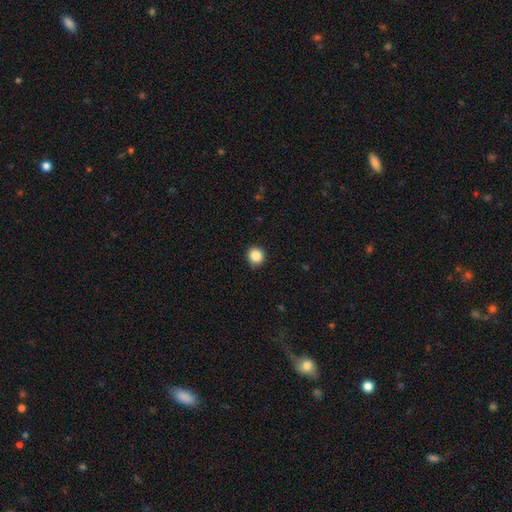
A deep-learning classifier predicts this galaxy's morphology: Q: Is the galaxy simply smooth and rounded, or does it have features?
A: smooth — 86%.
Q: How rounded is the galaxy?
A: round — 93%.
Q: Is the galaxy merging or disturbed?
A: none — 90%.